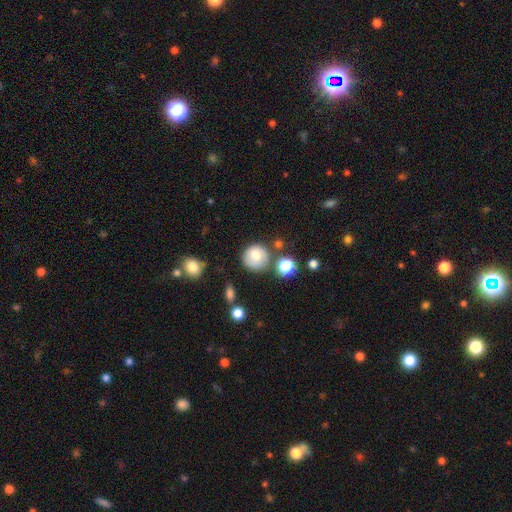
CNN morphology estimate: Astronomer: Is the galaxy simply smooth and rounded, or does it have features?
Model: smooth — 76%.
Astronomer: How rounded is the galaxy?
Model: round — 91%.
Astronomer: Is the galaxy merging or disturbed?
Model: none — 72%.